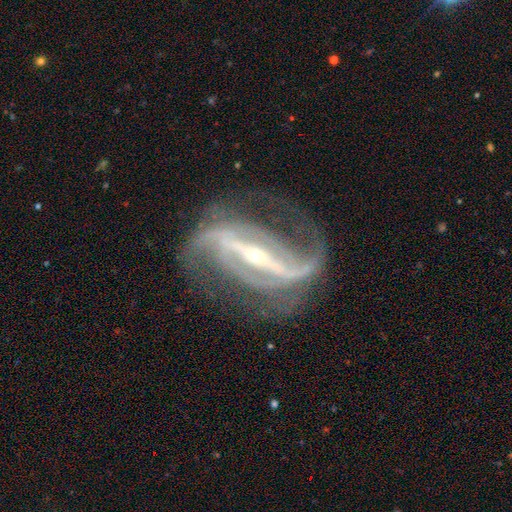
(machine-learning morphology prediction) Smooth or featured?
  - featured or disk: 92% *
  - star or artifact: 6%
  - smooth: 3%
Edge-on disk?
  - no: 92% *
  - yes: 8%
Bar?
  - strong: 81% *
  - weak: 13%
  - no: 6%
Spiral arms?
  - yes: 97% *
  - no: 3%
Spiral winding?
  - medium: 43% *
  - loose: 38%
  - tight: 19%
Spiral arm count?
  - 2: 76% *
  - 3: 8%
  - can't tell: 6%
  - 4: 4%
  - 1: 4%
  - more than 4: 3%
Bulge size?
  - small: 73% *
  - moderate: 24%
  - large: 1%
  - none: 1%
  - dominant: 1%
Merging?
  - none: 66% *
  - minor disturbance: 17%
  - major disturbance: 15%
  - merger: 2%